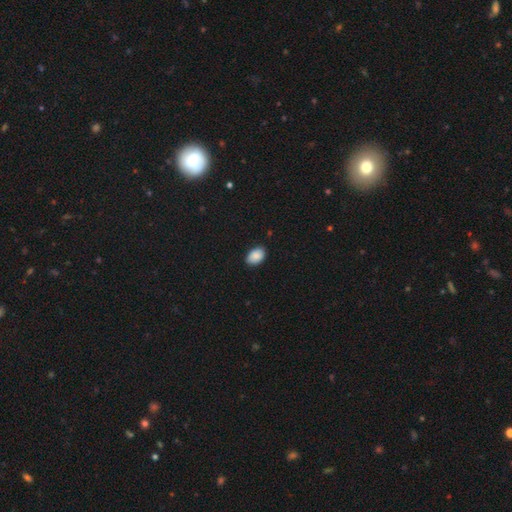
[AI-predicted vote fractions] Smooth or featured? smooth (88%)
How rounded? in between (87%)
Merging? none (84%)